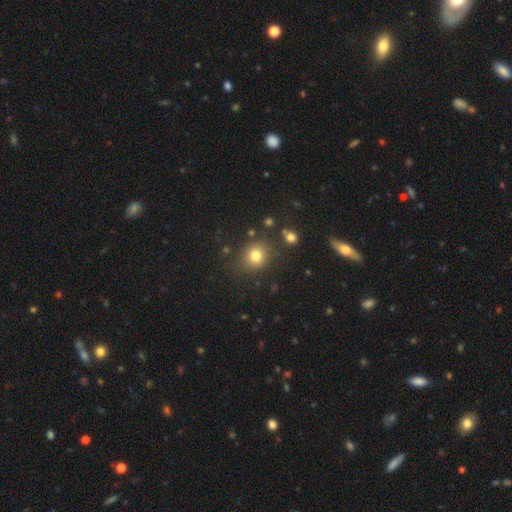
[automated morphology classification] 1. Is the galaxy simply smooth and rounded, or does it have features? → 78% smooth, 15% star or artifact, 8% featured or disk.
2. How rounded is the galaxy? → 75% round, 24% in between, 1% cigar-shaped.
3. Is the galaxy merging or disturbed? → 81% none, 11% minor disturbance, 4% merger, 4% major disturbance.